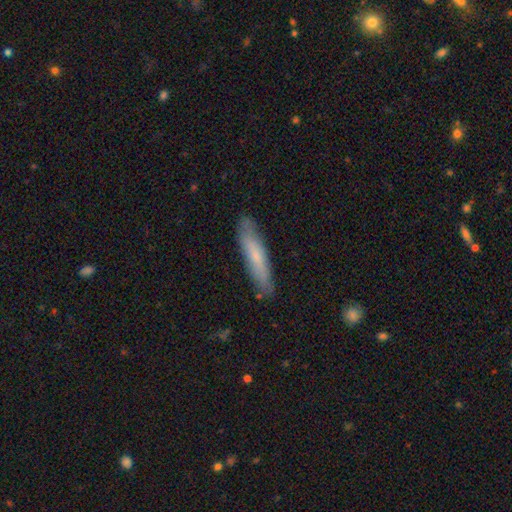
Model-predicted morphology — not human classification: smooth-or-featured: smooth: 65% | featured or disk: 29% | star or artifact: 6%
  how-rounded: cigar-shaped: 86% | in between: 13% | round: 1%
  merging: none: 84% | minor disturbance: 13% | major disturbance: 2% | merger: 1%